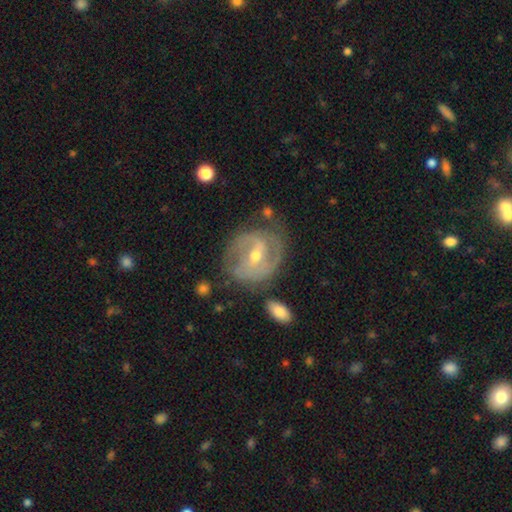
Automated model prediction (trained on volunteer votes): smooth-or-featured: featured or disk: 83% | smooth: 11% | star or artifact: 6%
  disk-edge-on: no: 96% | yes: 4%
    bar: weak: 45% | strong: 33% | no: 23%
    has-spiral-arms: yes: 88% | no: 12%
      spiral-winding: tight: 44% | medium: 42% | loose: 14%
      spiral-arm-count: 2: 66% | can't tell: 17% | 3: 8% | 1: 5% | 4: 2% | more than 4: 2%
    bulge-size: moderate: 49% | small: 48% | large: 1% | none: 1% | dominant: 1%
  merging: none: 66% | minor disturbance: 20% | major disturbance: 10% | merger: 4%